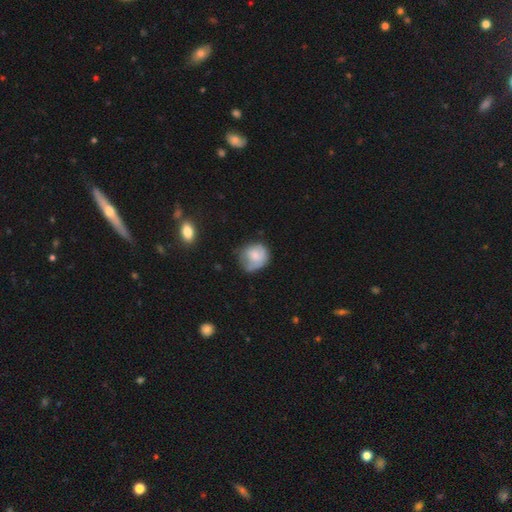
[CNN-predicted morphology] A smooth galaxy with no disk features (67%) that is round (76%).

Vote fractions:
- Smooth or featured? smooth: 67% / featured or disk: 26% / star or artifact: 8%
- How rounded? round: 76% / in between: 23% / cigar-shaped: 1%
- Merging? none: 47% / minor disturbance: 35% / major disturbance: 15% / merger: 3%